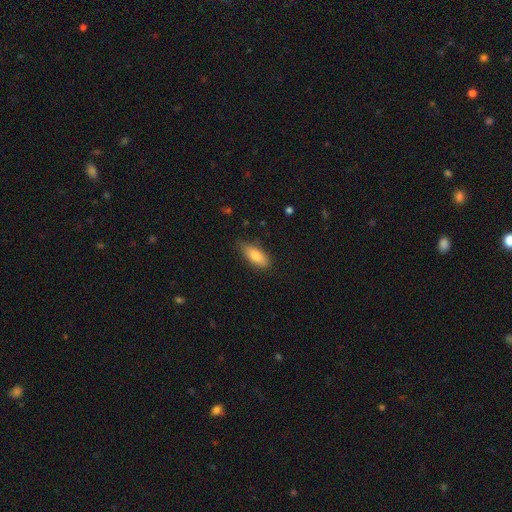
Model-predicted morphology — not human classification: Smooth or featured: smooth — 82% (featured or disk — 12%)
How rounded: in between — 77% (cigar-shaped — 20%)
Merging: none — 76% (minor disturbance — 19%)